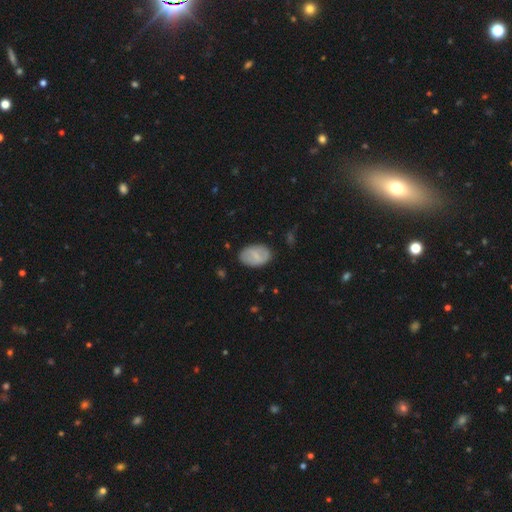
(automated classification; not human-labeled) The model was most divided on "smooth or featured": smooth: 65%, featured or disk: 28%, star or artifact: 7%. More confident: how rounded — in between (86%); merging — none (79%).